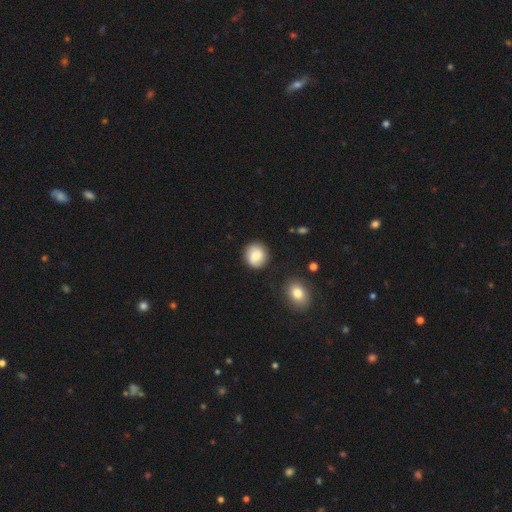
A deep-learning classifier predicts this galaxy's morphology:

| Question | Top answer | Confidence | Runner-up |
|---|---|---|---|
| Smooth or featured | smooth | 73% | featured or disk (19%) |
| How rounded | round | 86% | in between (13%) |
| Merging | none | 83% | minor disturbance (11%) |